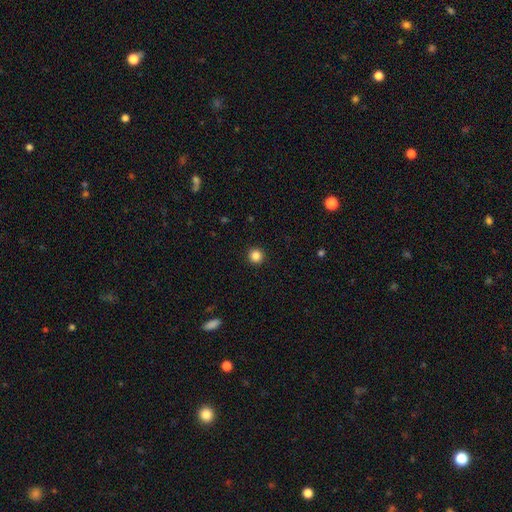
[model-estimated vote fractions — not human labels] Smooth or featured?
  - smooth: 85% *
  - star or artifact: 11%
  - featured or disk: 4%
How rounded?
  - round: 95% *
  - in between: 4%
  - cigar-shaped: 1%
Merging?
  - none: 93% *
  - minor disturbance: 4%
  - major disturbance: 2%
  - merger: 1%